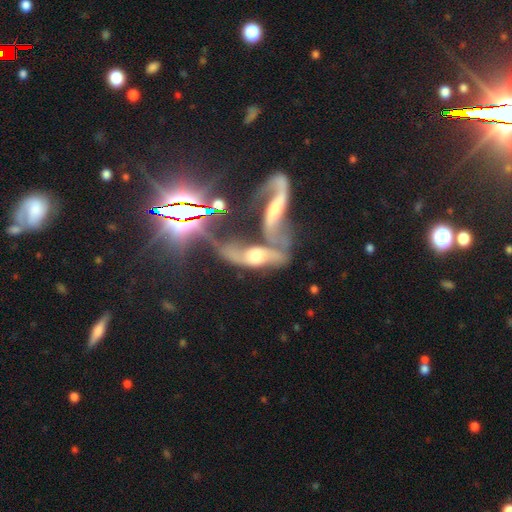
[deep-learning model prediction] Q: Smooth or featured?
A: featured or disk (64%); runner-up: smooth (24%)
Q: Edge-on disk?
A: no (77%); runner-up: yes (23%)
Q: Merging?
A: merger (65%); runner-up: none (16%)